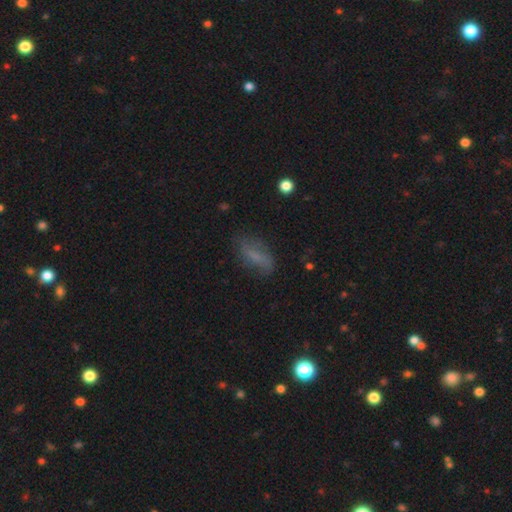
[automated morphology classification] This is possibly a smooth galaxy (57%). How rounded: likely in between (74%). Merging: likely none (67%).